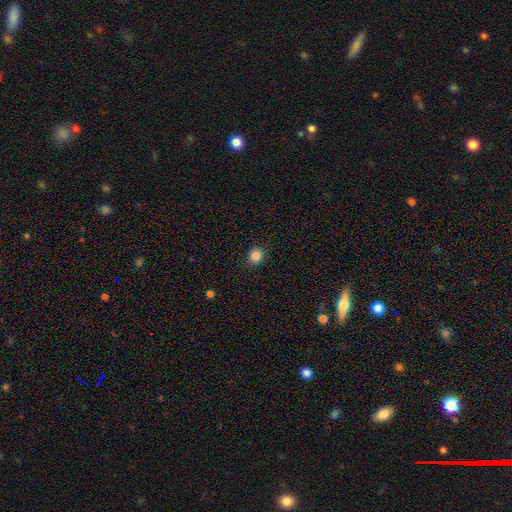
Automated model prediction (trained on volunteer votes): This is clearly a smooth galaxy (85%). How rounded: likely round (79%). Merging: clearly none (90%).